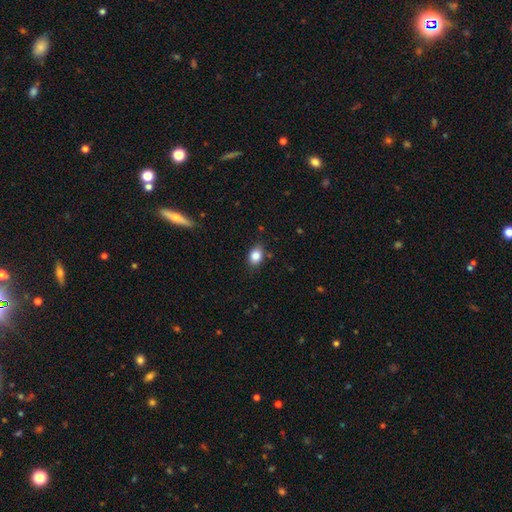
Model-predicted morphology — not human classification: Smooth or featured? Predicted: smooth (p=0.84). How rounded? Predicted: in between (p=0.70). Merging? Predicted: none (p=0.83).